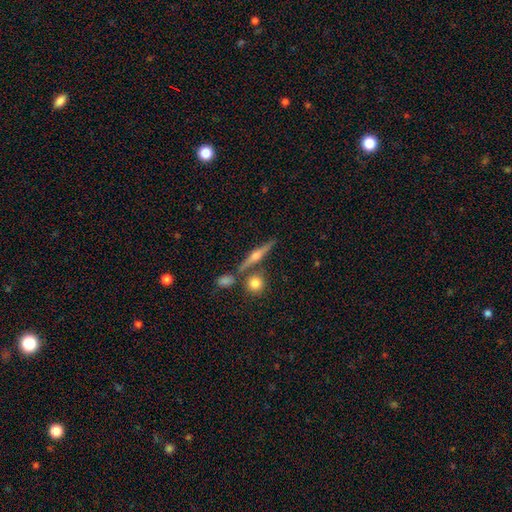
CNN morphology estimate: featured or disk 78%, smooth 14%, star or artifact 8%. Down the decision tree: edge-on disk — yes (97%); edge-on bulge — rounded (92%); merging — none (81%).